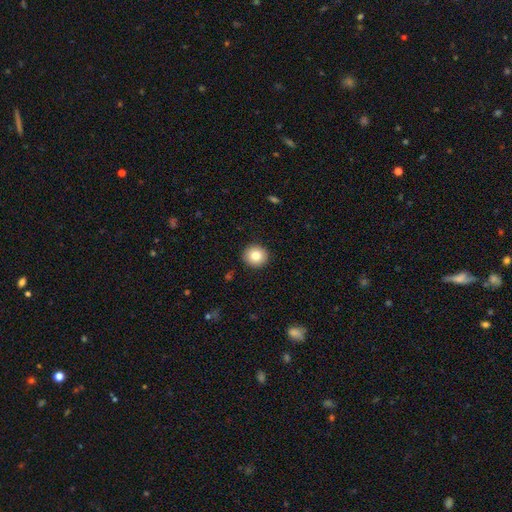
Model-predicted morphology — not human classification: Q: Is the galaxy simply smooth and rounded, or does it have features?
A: smooth — 82%.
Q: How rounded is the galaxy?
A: round — 91%.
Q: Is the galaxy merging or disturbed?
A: none — 92%.